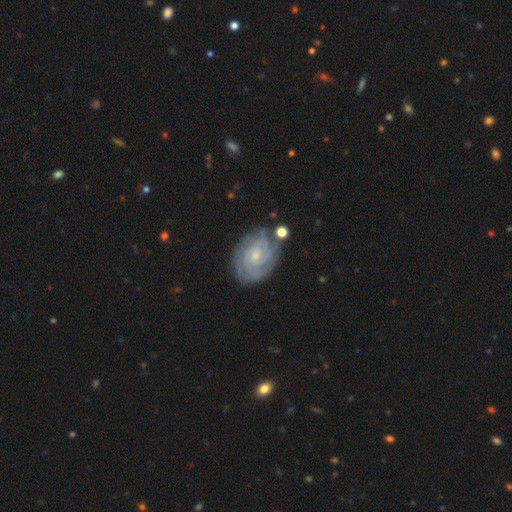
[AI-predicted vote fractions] This is clearly a featured or disk galaxy (82%). It is clearly not viewed edge-on (97%). Bar: likely no (70%). Spiral arm pattern: clearly yes (96%). Spiral arm count: marginally can't tell (31%). Spiral winding: likely tight (77%). Central bulge: likely small (72%). Merging: likely none (75%).